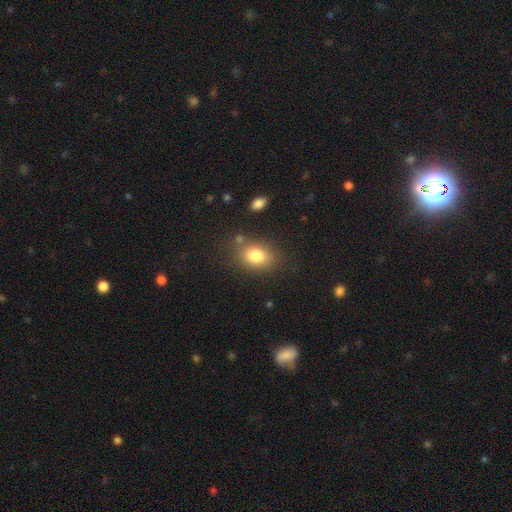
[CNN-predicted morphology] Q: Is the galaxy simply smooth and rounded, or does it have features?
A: smooth — 80%.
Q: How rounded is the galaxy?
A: in between — 69%.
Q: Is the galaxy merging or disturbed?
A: none — 76%.